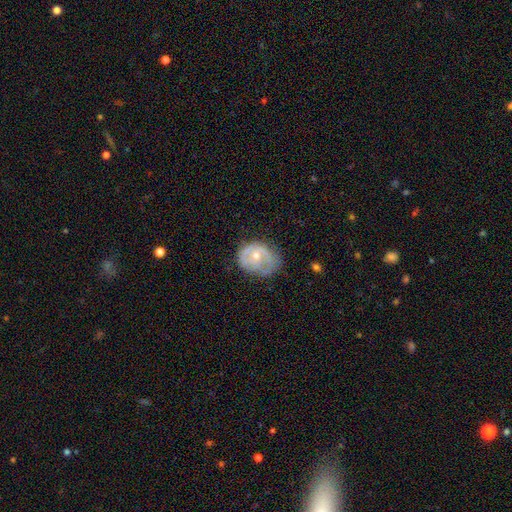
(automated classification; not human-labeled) A featured or disk galaxy (65%) with no bar (70%), spiral arms (73%) and a small central bulge (51%).

Vote fractions:
- Smooth or featured? featured or disk: 65% / smooth: 28% / star or artifact: 6%
- Edge-on disk? no: 97% / yes: 3%
- Bar? no: 70% / weak: 25% / strong: 5%
- Spiral arms? yes: 73% / no: 27%
- Bulge size? small: 51% / moderate: 46% / large: 1% / none: 1% / dominant: 1%
- Merging? none: 48% / minor disturbance: 32% / major disturbance: 18% / merger: 2%